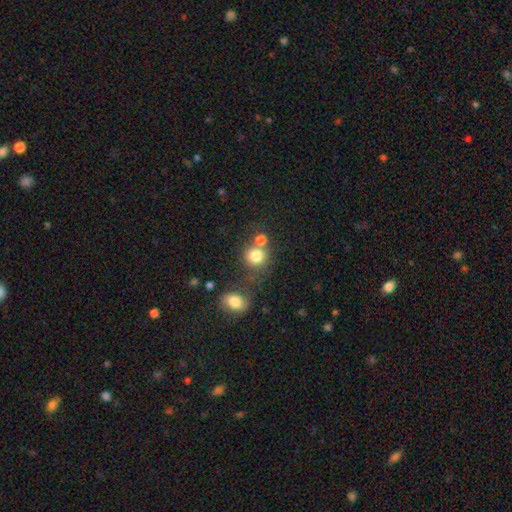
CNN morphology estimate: Smooth or featured? smooth (80%)
How rounded? round (85%)
Merging? none (57%)